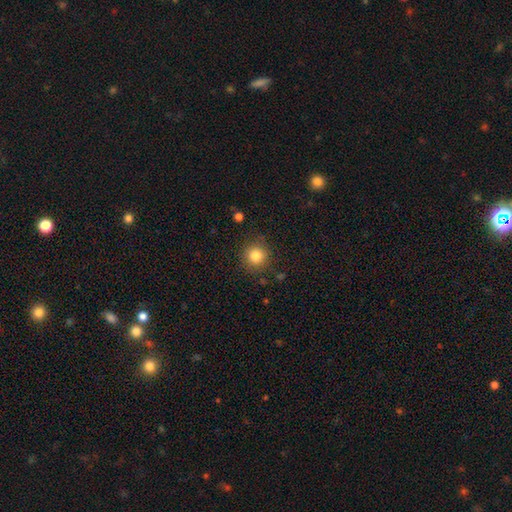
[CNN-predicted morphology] This is clearly a smooth galaxy (82%). How rounded: clearly round (93%). Merging: clearly none (87%).